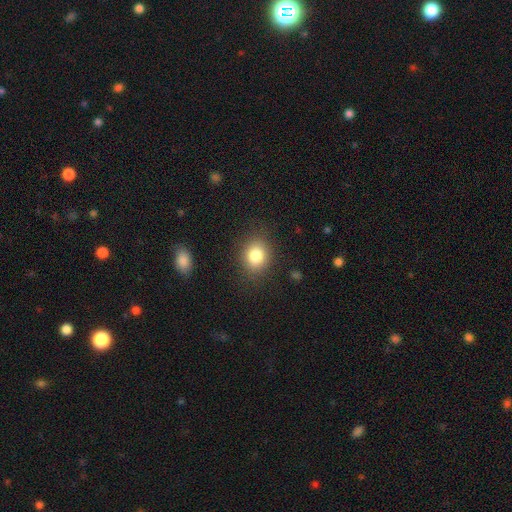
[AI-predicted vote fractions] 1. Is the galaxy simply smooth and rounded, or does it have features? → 82% smooth, 10% star or artifact, 7% featured or disk.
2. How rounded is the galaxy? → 63% round, 36% in between, 1% cigar-shaped.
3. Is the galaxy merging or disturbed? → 85% none, 10% minor disturbance, 4% major disturbance, 1% merger.